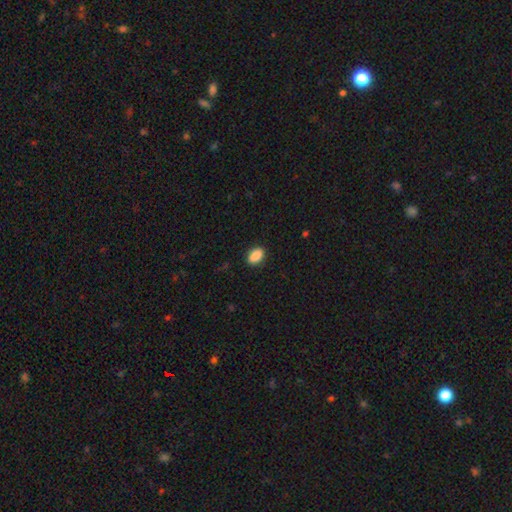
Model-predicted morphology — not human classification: This is clearly a smooth galaxy (89%). How rounded: clearly in between (89%). Merging: clearly none (89%).